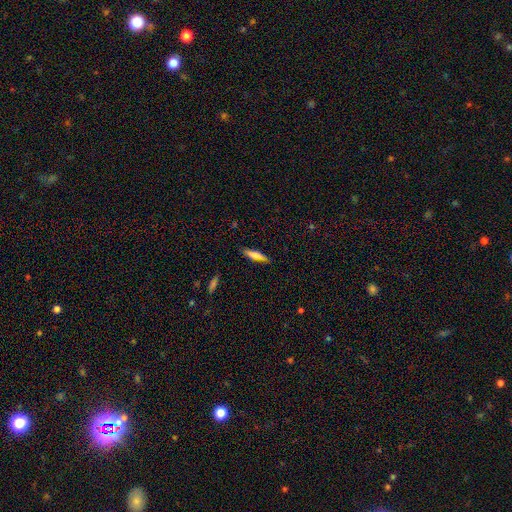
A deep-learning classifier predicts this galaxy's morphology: type=smooth (64%); roundness=cigar-shaped (81%); merging=none (84%).